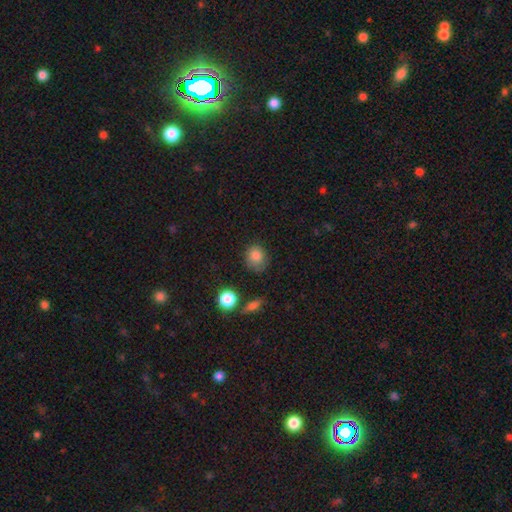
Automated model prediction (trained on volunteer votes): Morphology: type=smooth (82%); roundness=round (72%); merging=none (67%).